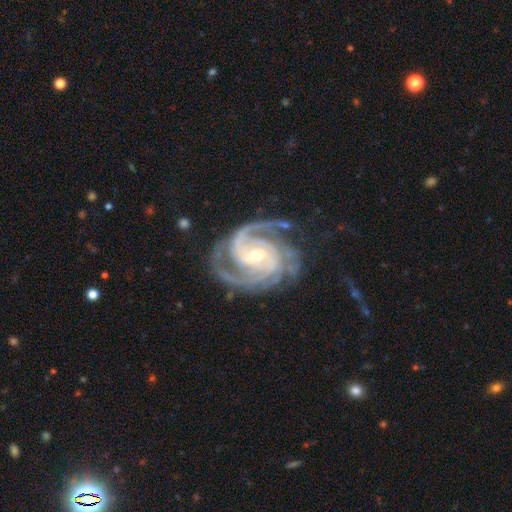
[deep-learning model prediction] Smooth or featured: featured or disk — 94% (star or artifact — 4%)
Edge-on disk: no — 98% (yes — 2%)
Bar: weak — 49% (strong — 26%)
Spiral arms: yes — 99% (no — 1%)
Spiral winding: tight — 65% (medium — 32%)
Spiral arm count: 3 — 38% (2 — 26%)
Bulge size: moderate — 51% (small — 45%)
Merging: none — 73% (minor disturbance — 17%)